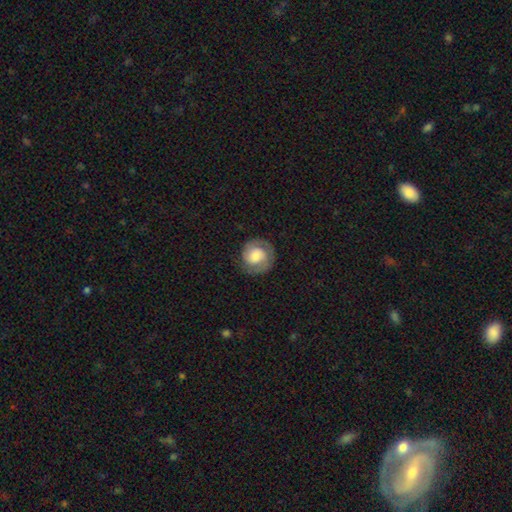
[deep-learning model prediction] Morphology: type=featured or disk (59%); edge-on=no (98%); bar=no (61%); spiral arms=yes (88%); winding=tight (57%); arm count=2 (70%); bulge=moderate (45%); merging=none (81%).